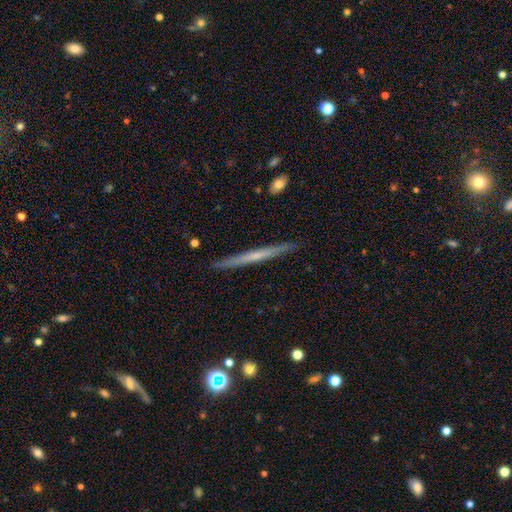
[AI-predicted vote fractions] Smooth or featured?
  - featured or disk: 54% *
  - smooth: 39%
  - star or artifact: 6%
Edge-on disk?
  - yes: 97% *
  - no: 3%
Edge-on bulge?
  - none: 77% *
  - rounded: 18%
  - boxy: 5%
Merging?
  - none: 92% *
  - minor disturbance: 6%
  - major disturbance: 1%
  - merger: 1%